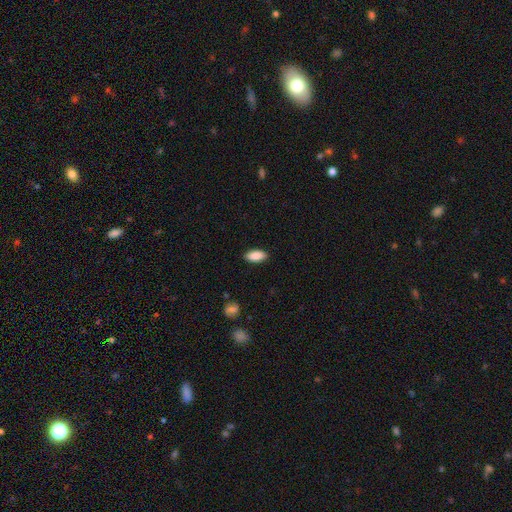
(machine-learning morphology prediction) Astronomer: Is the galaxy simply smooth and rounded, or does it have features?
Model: smooth — 89%.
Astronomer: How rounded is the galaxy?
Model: in between — 88%.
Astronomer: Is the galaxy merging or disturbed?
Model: none — 88%.